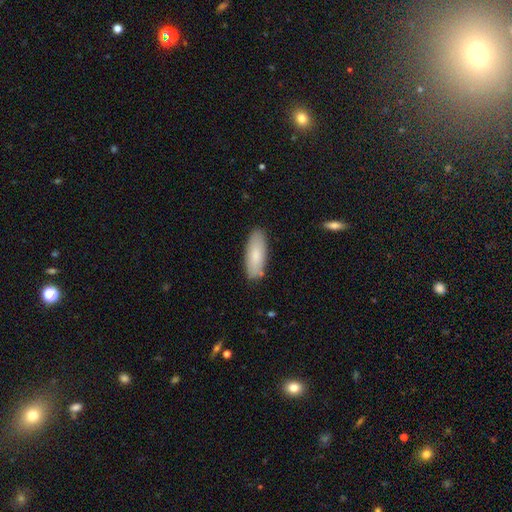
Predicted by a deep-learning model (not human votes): Smooth or featured?
  - smooth: 82% *
  - featured or disk: 13%
  - star or artifact: 6%
How rounded?
  - in between: 68% *
  - cigar-shaped: 31%
  - round: 2%
Merging?
  - none: 86% *
  - minor disturbance: 11%
  - major disturbance: 2%
  - merger: 2%